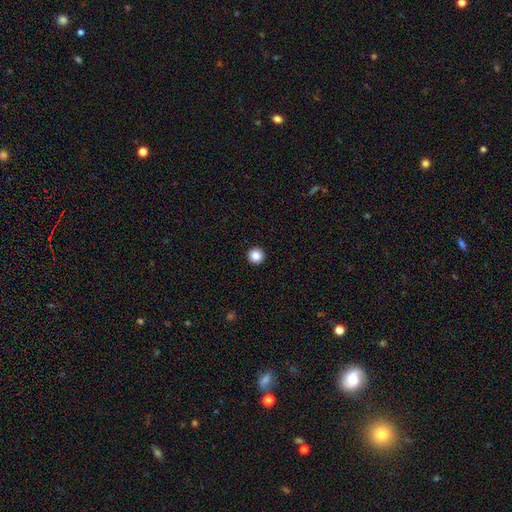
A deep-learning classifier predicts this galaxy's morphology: This appears to be a smooth galaxy with no disk features (86%) that is round (97%). Merging: none (95%).